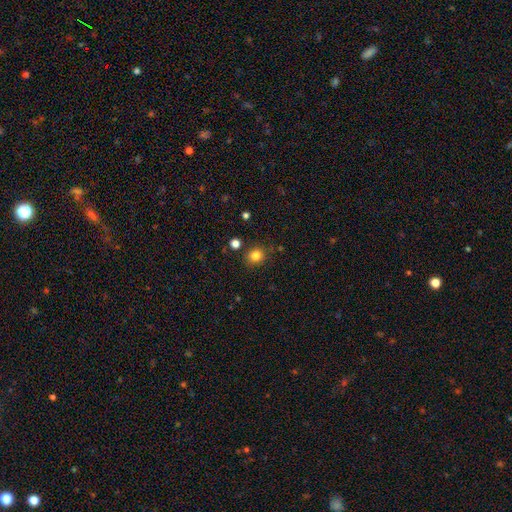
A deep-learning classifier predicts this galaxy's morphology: smooth-or-featured: smooth: 82% | star or artifact: 12% | featured or disk: 5%
  how-rounded: round: 78% | in between: 21% | cigar-shaped: 1%
  merging: none: 84% | minor disturbance: 10% | merger: 3% | major disturbance: 3%